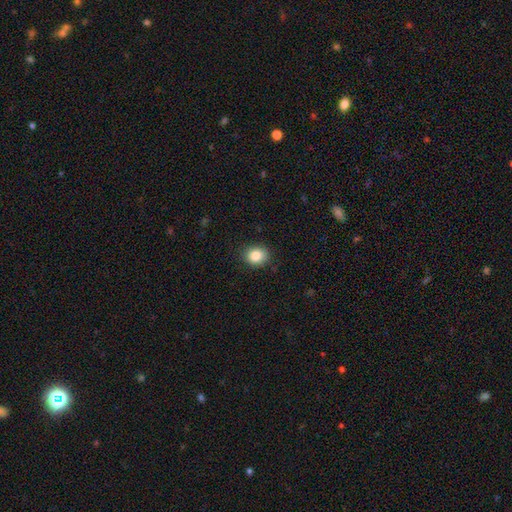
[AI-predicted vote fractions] Smooth or featured? smooth (84%)
How rounded? round (69%)
Merging? none (88%)